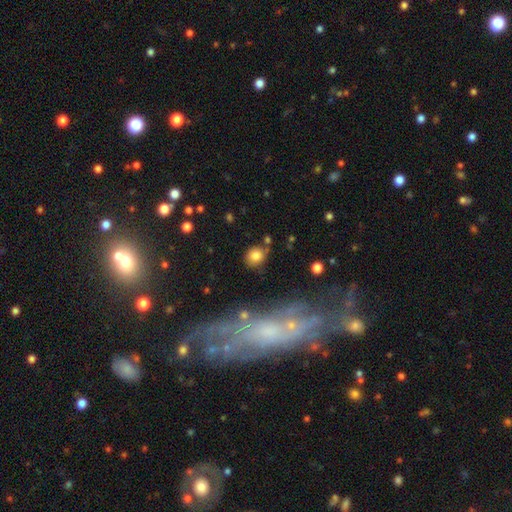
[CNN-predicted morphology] smooth 81%, star or artifact 11%, featured or disk 8%. Down the decision tree: how rounded — round (74%); merging — none (75%).